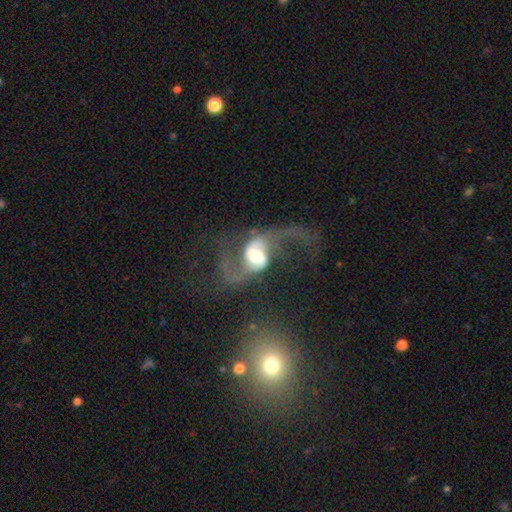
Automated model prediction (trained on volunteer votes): This appears to be a featured or disk galaxy (86%) with a weak bar (39%), 2 (92%) loose (79%) spiral arms (94%) and a moderate central bulge (56%). Merging: none (49%).